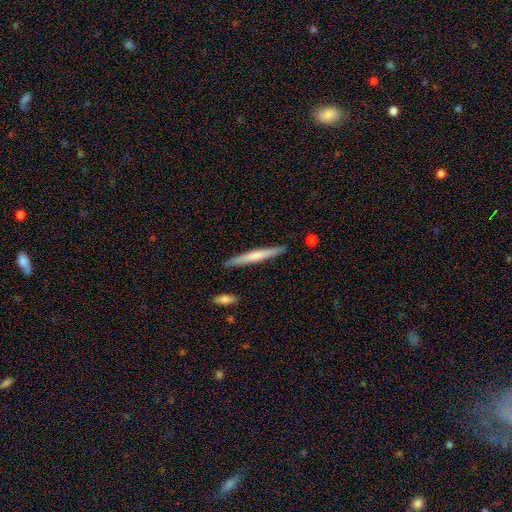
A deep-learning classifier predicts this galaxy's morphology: This is possibly a smooth galaxy (58%). How rounded: clearly cigar-shaped (96%). Merging: clearly none (89%).